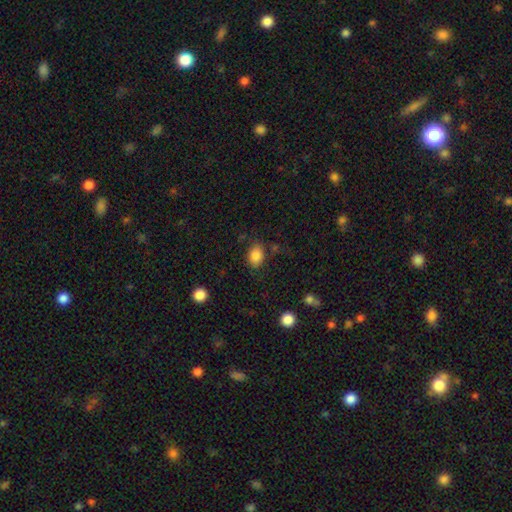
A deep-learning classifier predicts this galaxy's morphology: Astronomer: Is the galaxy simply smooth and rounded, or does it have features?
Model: smooth — 85%.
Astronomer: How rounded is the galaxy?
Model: in between — 70%.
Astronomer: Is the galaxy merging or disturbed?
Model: none — 76%.